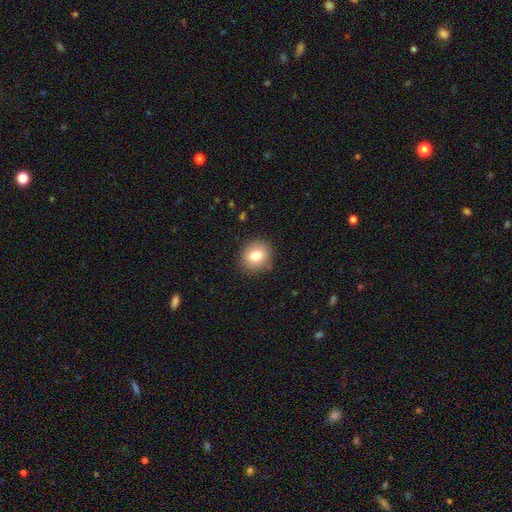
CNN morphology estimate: This is clearly a smooth galaxy (81%). How rounded: likely round (78%). Merging: clearly none (87%).